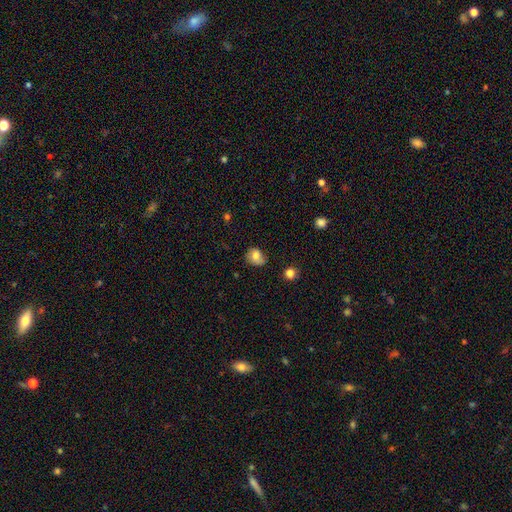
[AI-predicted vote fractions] Morphology: type=smooth (70%); roundness=round (60%); merging=none (56%).